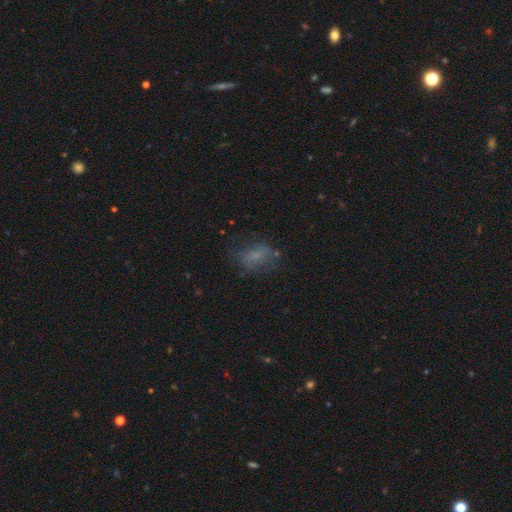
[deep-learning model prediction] The model was most divided on "smooth or featured": smooth: 54%, featured or disk: 29%, star or artifact: 17%. More confident: how rounded — in between (79%); merging — none (51%).